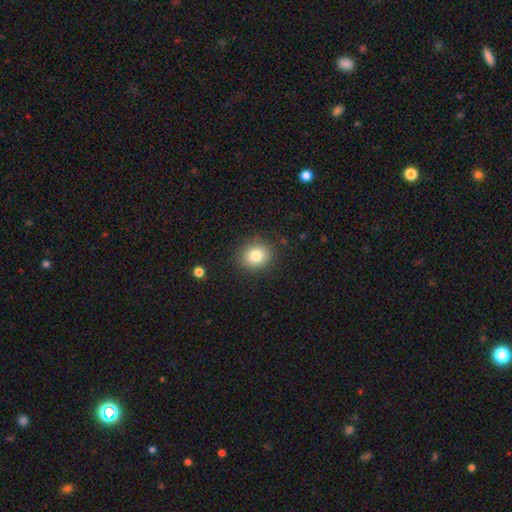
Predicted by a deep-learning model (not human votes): smooth-or-featured: smooth: 82% | star or artifact: 10% | featured or disk: 8%
  how-rounded: round: 75% | in between: 25% | cigar-shaped: 1%
  merging: none: 87% | minor disturbance: 9% | major disturbance: 3% | merger: 1%